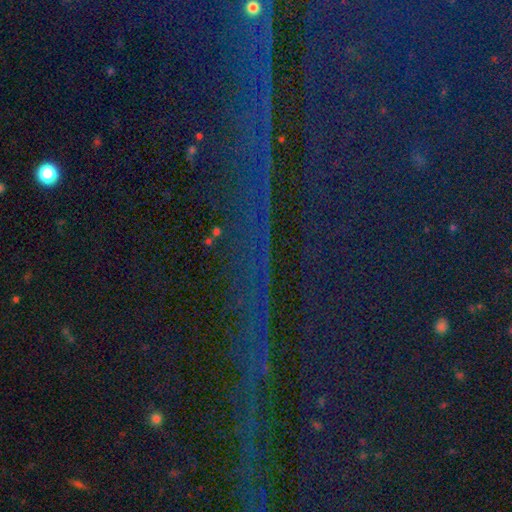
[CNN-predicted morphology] Overall: star or artifact (85%).